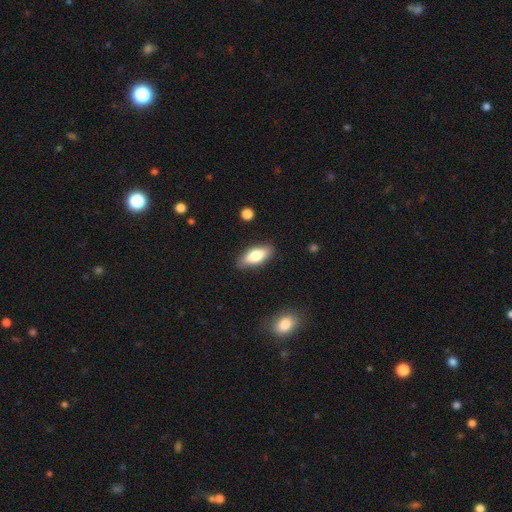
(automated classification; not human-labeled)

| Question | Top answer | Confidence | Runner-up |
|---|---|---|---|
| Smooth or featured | smooth | 73% | featured or disk (21%) |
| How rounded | in between | 77% | cigar-shaped (20%) |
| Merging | none | 85% | minor disturbance (11%) |